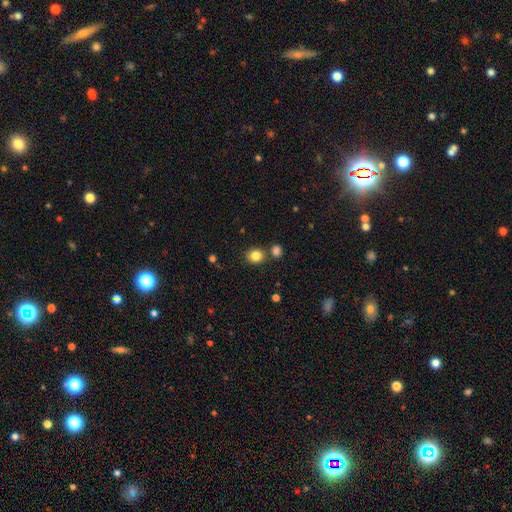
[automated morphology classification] smooth-or-featured: smooth: 84% | star or artifact: 11% | featured or disk: 6%
  how-rounded: round: 75% | in between: 24% | cigar-shaped: 1%
  merging: none: 75% | merger: 13% | minor disturbance: 9% | major disturbance: 3%